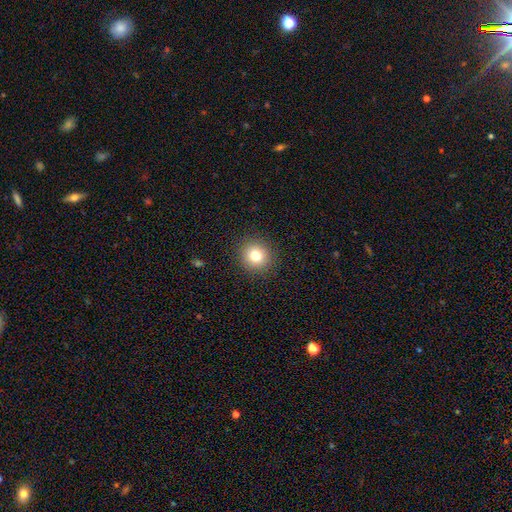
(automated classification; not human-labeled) Overall: smooth (80%). How rounded: round (90%). Merging: none (91%).